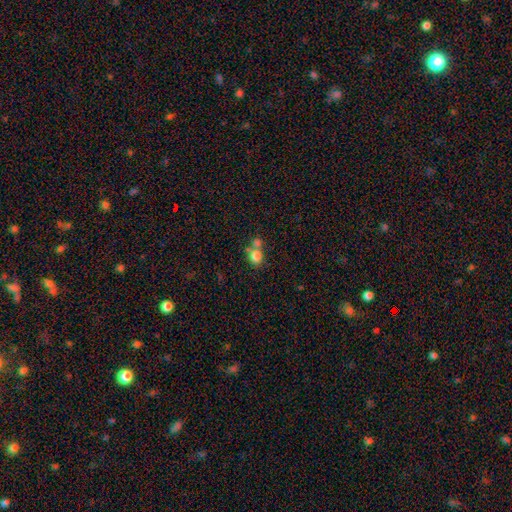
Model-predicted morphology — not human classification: smooth 80%, star or artifact 11%, featured or disk 9%. Down the decision tree: how rounded — round (78%); merging — none (45%).